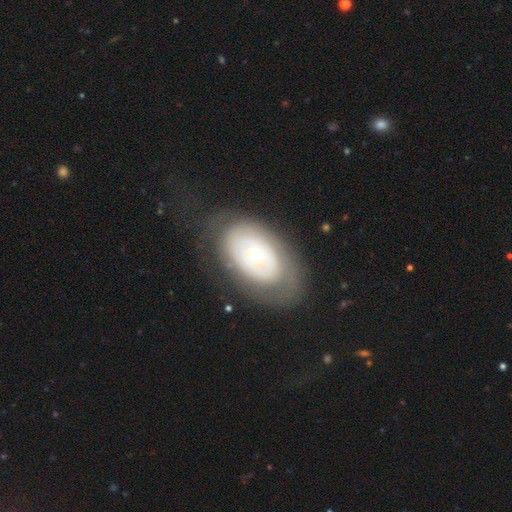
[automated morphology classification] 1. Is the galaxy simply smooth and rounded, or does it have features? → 64% featured or disk, 31% smooth, 6% star or artifact.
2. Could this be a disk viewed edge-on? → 92% no, 8% yes.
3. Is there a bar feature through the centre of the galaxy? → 88% no, 9% weak, 3% strong.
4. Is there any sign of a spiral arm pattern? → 76% no, 24% yes.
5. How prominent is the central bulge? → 72% moderate, 14% large, 11% small, 2% dominant, 1% none.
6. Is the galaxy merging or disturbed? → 72% none, 16% minor disturbance, 11% major disturbance, 1% merger.